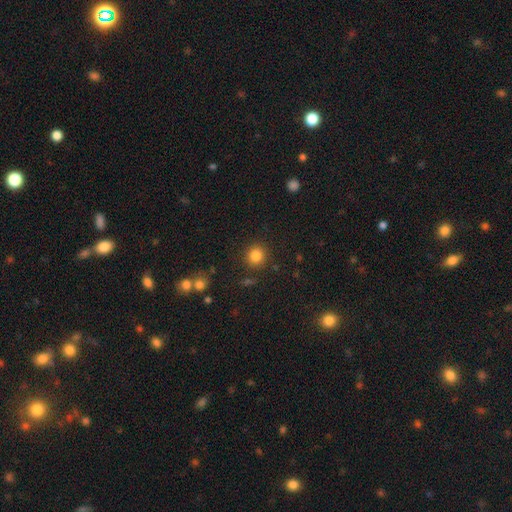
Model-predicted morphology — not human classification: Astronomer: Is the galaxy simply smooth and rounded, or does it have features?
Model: smooth — 84%.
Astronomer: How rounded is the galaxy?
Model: round — 92%.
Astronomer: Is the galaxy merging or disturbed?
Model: none — 88%.